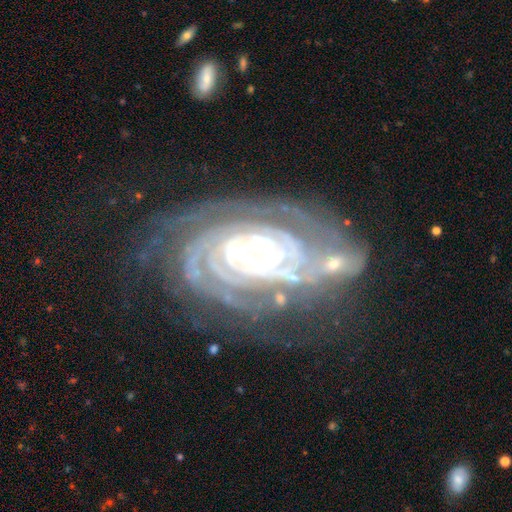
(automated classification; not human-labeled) Overall: featured or disk (90%). Edge-on disk: no (96%). Bar: no (71%). Spiral arms: yes (97%). Spiral arm count: can't tell (24%; 3 19%). Spiral winding: tight (84%). Bulge size: small (71%). Merging: none (57%; minor disturbance 20%).